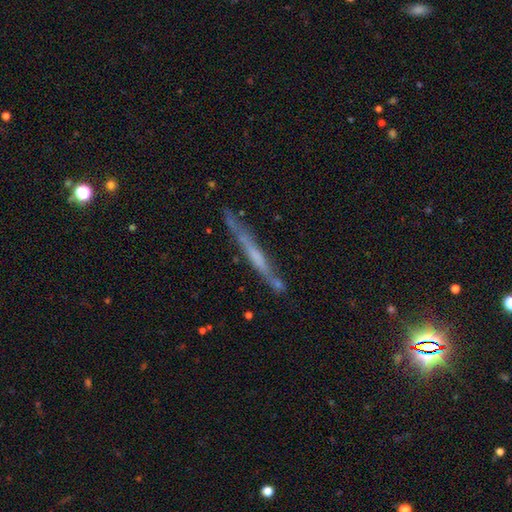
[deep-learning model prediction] Smooth or featured: featured or disk — 61% (smooth — 31%)
Edge-on disk: yes — 92% (no — 8%)
Edge-on bulge: none — 69% (rounded — 16%)
Merging: none — 75% (minor disturbance — 17%)